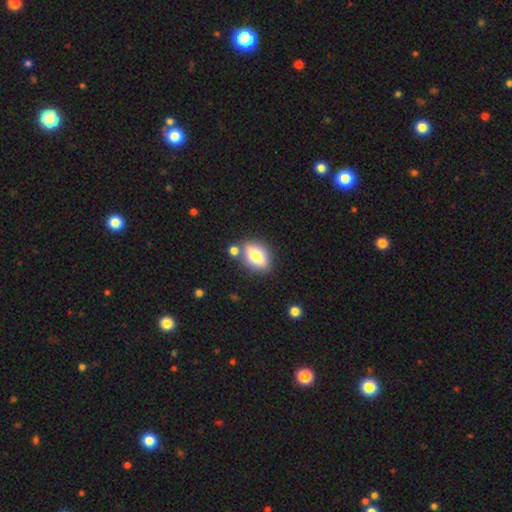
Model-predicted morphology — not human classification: Smooth or featured: smooth — 66% (featured or disk — 26%)
How rounded: in between — 80% (round — 15%)
Merging: none — 73% (merger — 12%)